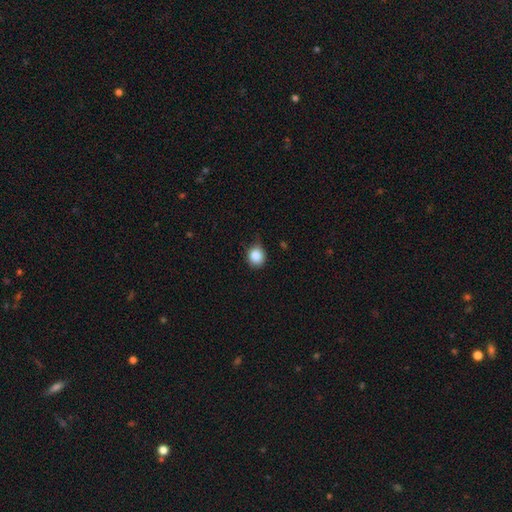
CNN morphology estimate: Smooth or featured: smooth — 85% (star or artifact — 10%)
How rounded: round — 80% (in between — 19%)
Merging: none — 69% (minor disturbance — 26%)